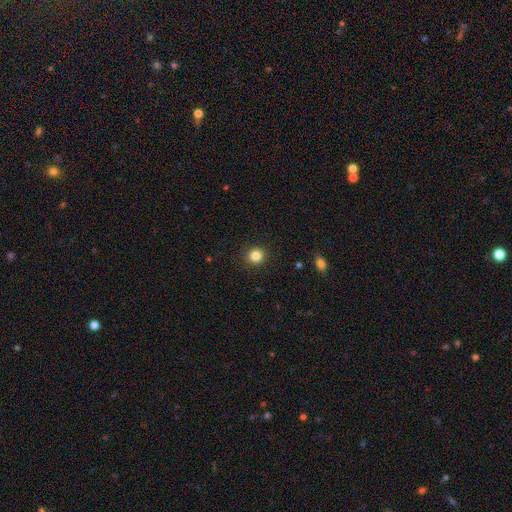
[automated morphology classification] smooth 84%, star or artifact 12%, featured or disk 5%. Down the decision tree: how rounded — round (91%); merging — none (91%).